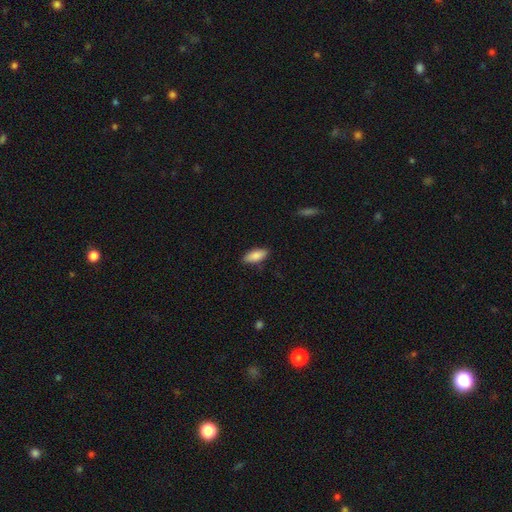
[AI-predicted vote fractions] Smooth or featured? smooth (86%)
How rounded? in between (81%)
Merging? none (86%)